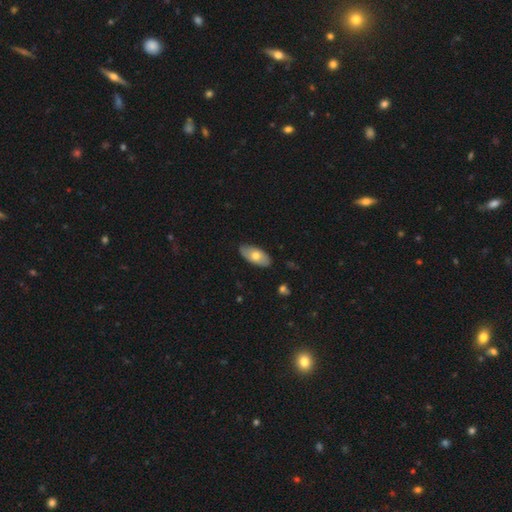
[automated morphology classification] type=smooth (64%); roundness=in between (92%); merging=none (85%).